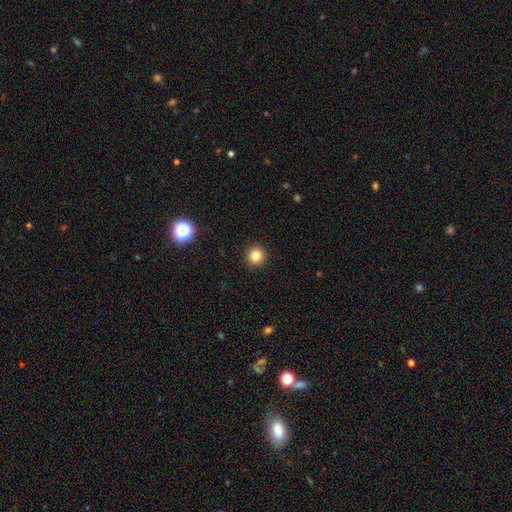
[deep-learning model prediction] This appears to be a smooth galaxy with no disk features (83%) that is round (96%). Merging: none (93%).